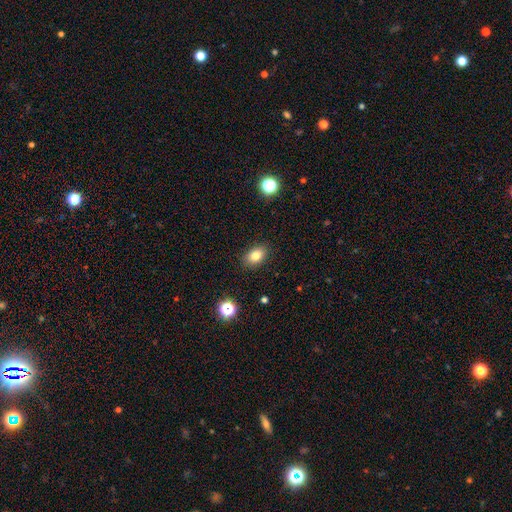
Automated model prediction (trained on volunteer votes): Smooth or featured? Predicted: smooth (p=0.82). How rounded? Predicted: in between (p=0.82). Merging? Predicted: none (p=0.88).